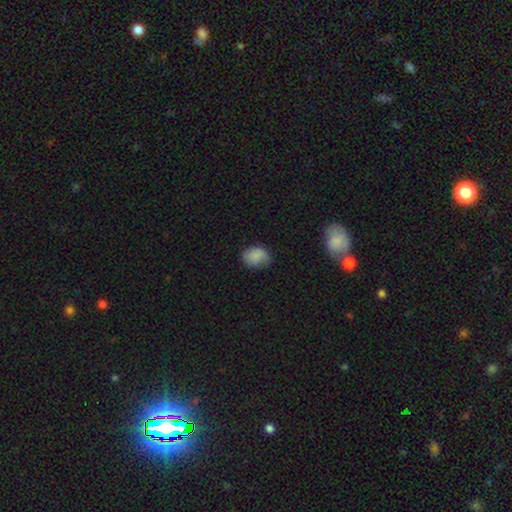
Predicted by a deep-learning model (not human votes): Q: Smooth or featured?
A: smooth (83%); runner-up: star or artifact (9%)
Q: How rounded?
A: in between (62%); runner-up: round (37%)
Q: Merging?
A: none (70%); runner-up: minor disturbance (24%)